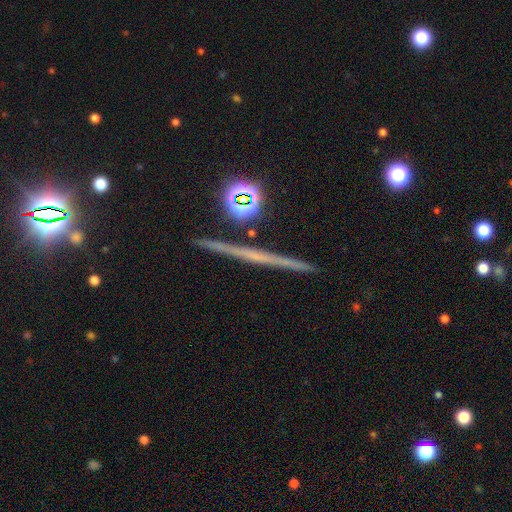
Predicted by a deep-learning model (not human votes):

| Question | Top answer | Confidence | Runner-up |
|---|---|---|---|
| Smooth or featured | featured or disk | 56% | smooth (27%) |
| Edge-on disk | yes | 96% | no (4%) |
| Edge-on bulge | none | 85% | rounded (10%) |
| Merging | none | 90% | minor disturbance (6%) |